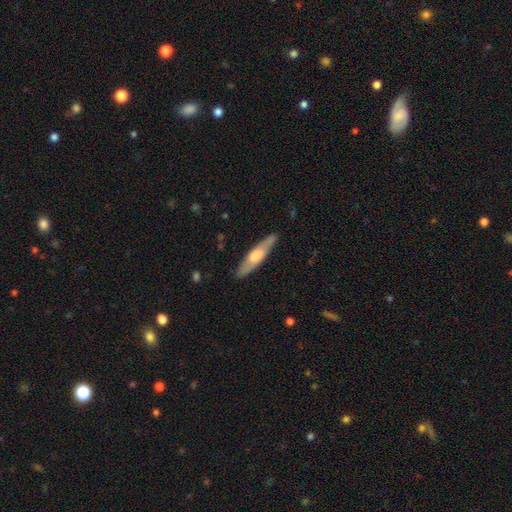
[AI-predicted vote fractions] Smooth or featured? featured or disk (50%)
Edge-on disk? yes (81%)
Merging? none (87%)